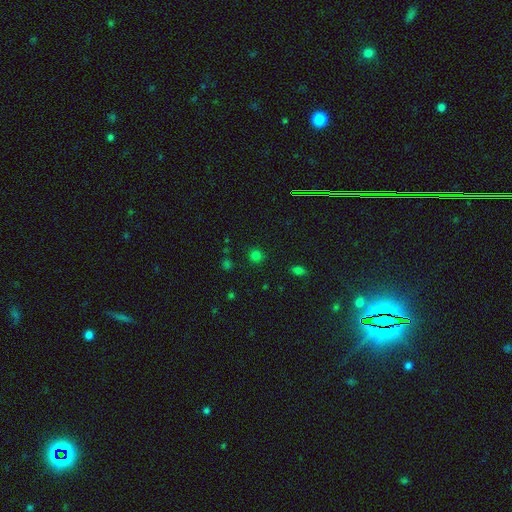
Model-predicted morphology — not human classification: The model was most divided on "smooth or featured": smooth: 75%, star or artifact: 21%, featured or disk: 4%. More confident: how rounded — round (91%); merging — none (87%).